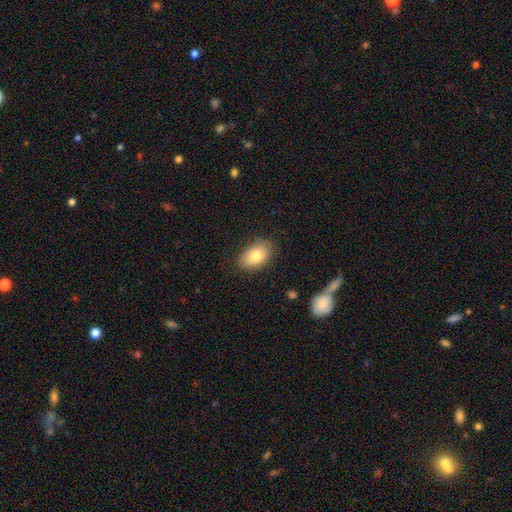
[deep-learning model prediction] Overall: smooth (80%). How rounded: in between (89%). Merging: none (83%).